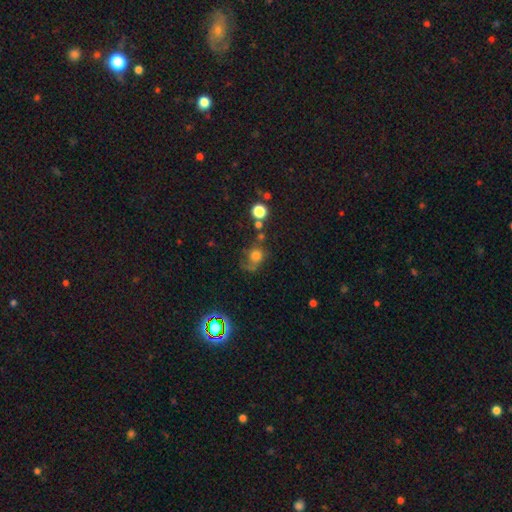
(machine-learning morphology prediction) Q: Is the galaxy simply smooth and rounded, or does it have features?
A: smooth — 62%.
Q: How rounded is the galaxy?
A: round — 73%.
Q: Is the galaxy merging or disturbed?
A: none — 39%.